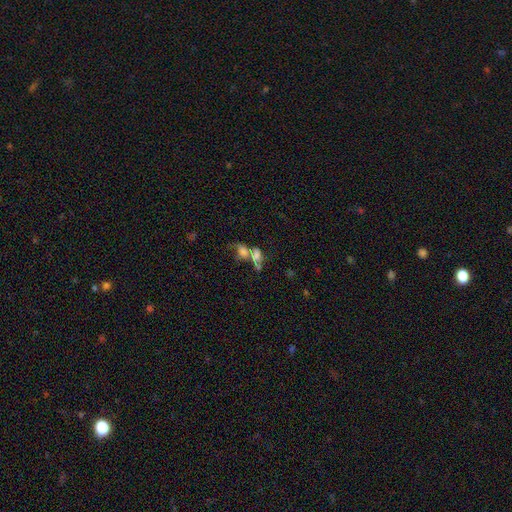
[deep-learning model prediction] Morphology: type=smooth (58%); roundness=in between (76%); merging=merger (67%).